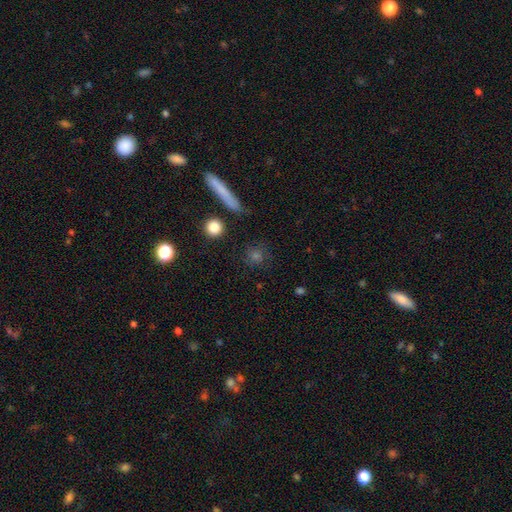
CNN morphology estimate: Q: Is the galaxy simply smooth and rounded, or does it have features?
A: smooth — 68%.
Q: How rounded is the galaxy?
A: round — 77%.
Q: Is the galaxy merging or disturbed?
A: none — 83%.